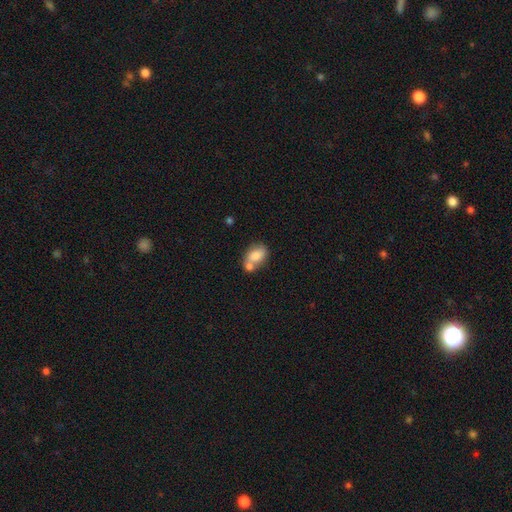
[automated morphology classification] The model was most divided on "merging": merger: 45%, none: 37%, minor disturbance: 14%, major disturbance: 5%. More confident: how rounded — in between (76%); smooth or featured — smooth (76%).